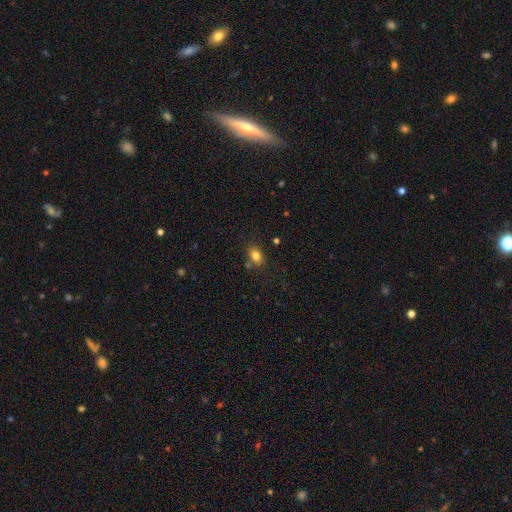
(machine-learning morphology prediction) The model was most divided on "how rounded": in between: 69%, round: 29%, cigar-shaped: 2%. More confident: smooth or featured — smooth (81%); merging — none (73%).